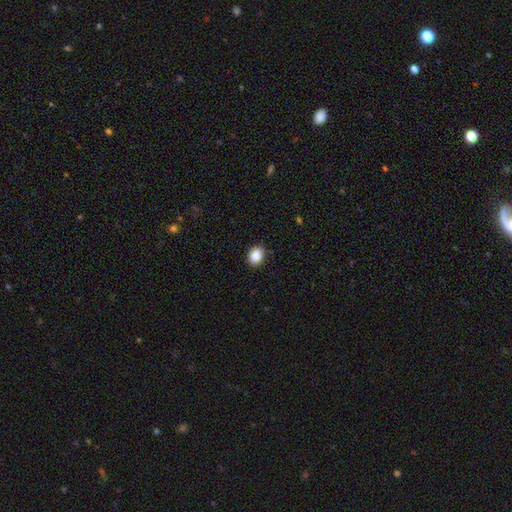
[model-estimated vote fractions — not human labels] smooth_or_featured: smooth (p=0.87) [alt: star or artifact p=0.09]
how_rounded: in between (p=0.57) [alt: round p=0.42]
merging: none (p=0.89) [alt: minor disturbance p=0.08]